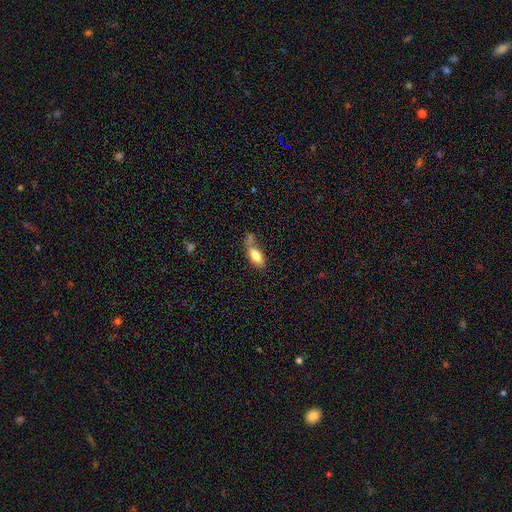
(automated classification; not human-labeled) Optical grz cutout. It shows a smooth galaxy with no disk features (80%) that is in between round and cigar-shaped (83%). Merging: none (37%).